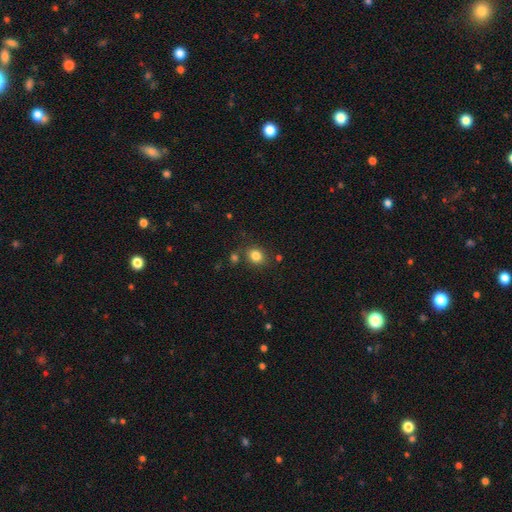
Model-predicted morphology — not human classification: A smooth galaxy with no disk features (82%) that is round (62%). Merging: none (77%).